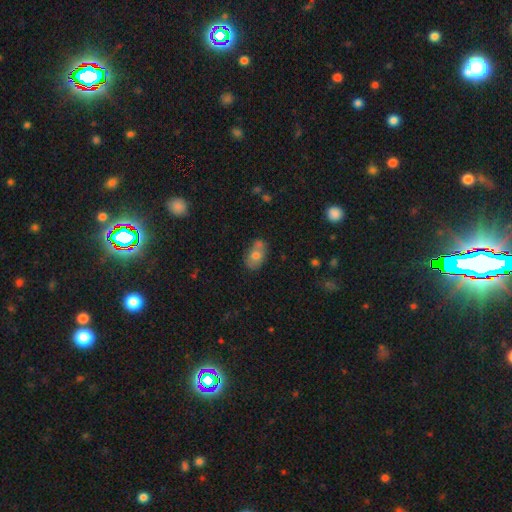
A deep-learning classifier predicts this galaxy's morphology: A smooth galaxy with no disk features (70%) that is in between round and cigar-shaped (83%). Merging: none (53%).